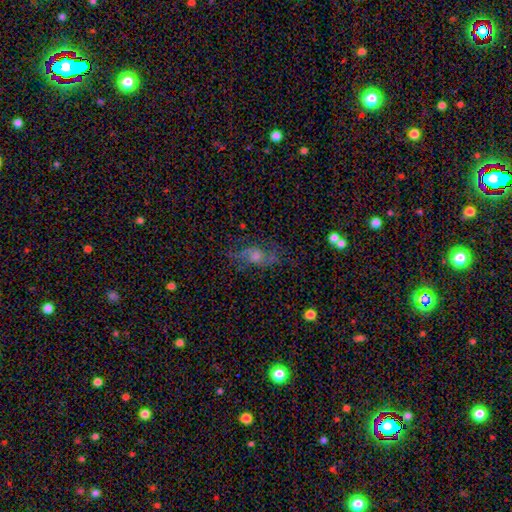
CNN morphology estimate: type=featured or disk (54%); edge-on=no (84%); merging=none (67%).